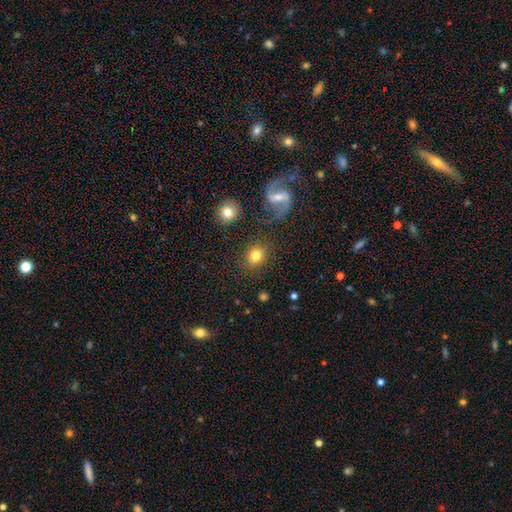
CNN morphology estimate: A smooth galaxy with no disk features (78%) that is round (65%).

Vote fractions:
- Smooth or featured? smooth: 78% / featured or disk: 11% / star or artifact: 11%
- How rounded? round: 65% / in between: 33% / cigar-shaped: 1%
- Merging? none: 80% / minor disturbance: 11% / major disturbance: 5% / merger: 4%